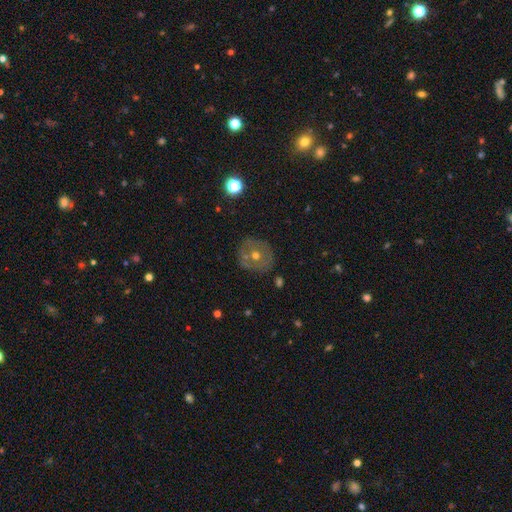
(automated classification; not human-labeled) Smooth or featured? Predicted: featured or disk (p=0.48). Merging? Predicted: none (p=0.80).